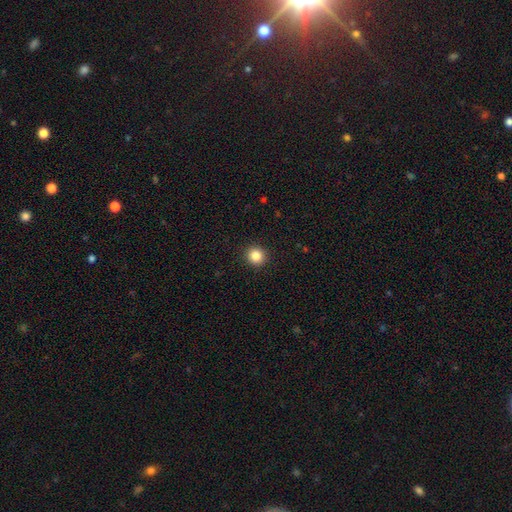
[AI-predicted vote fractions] Smooth or featured?
  - smooth: 84% *
  - star or artifact: 11%
  - featured or disk: 5%
How rounded?
  - round: 93% *
  - in between: 6%
  - cigar-shaped: 1%
Merging?
  - none: 93% *
  - minor disturbance: 5%
  - major disturbance: 2%
  - merger: 1%